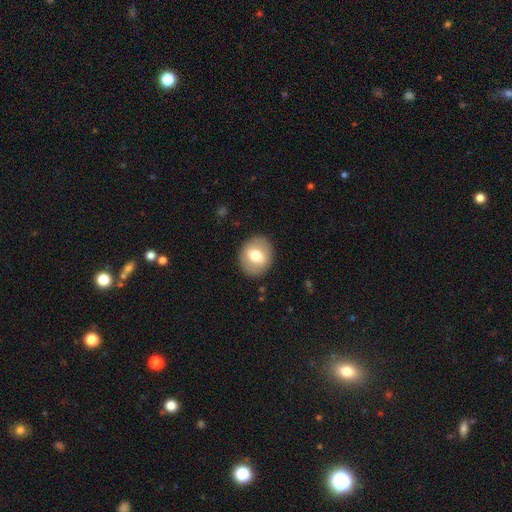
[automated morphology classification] Smooth or featured?
  - smooth: 65% *
  - featured or disk: 28%
  - star or artifact: 7%
How rounded?
  - round: 56% *
  - in between: 43%
  - cigar-shaped: 1%
Merging?
  - none: 87% *
  - minor disturbance: 9%
  - major disturbance: 3%
  - merger: 1%